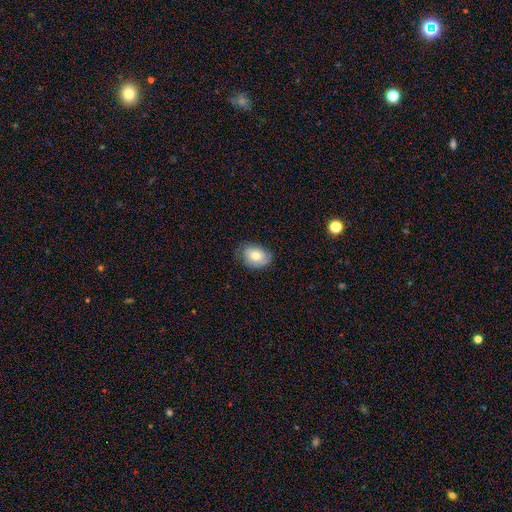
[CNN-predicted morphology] Smooth or featured? smooth (58%)
How rounded? in between (70%)
Merging? none (65%)